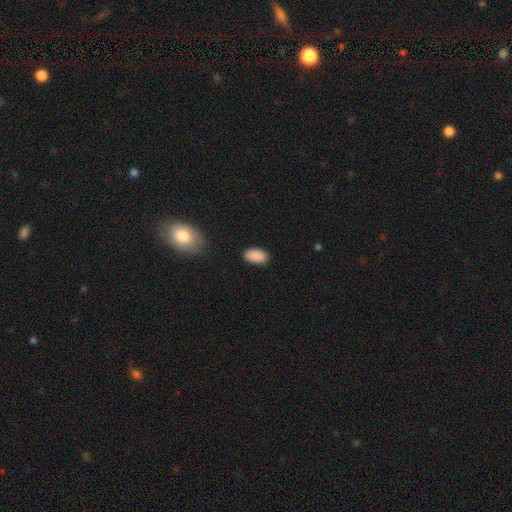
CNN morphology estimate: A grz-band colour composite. It shows a smooth galaxy with no disk features (89%) that is in between round and cigar-shaped (94%). Merging: none (86%).